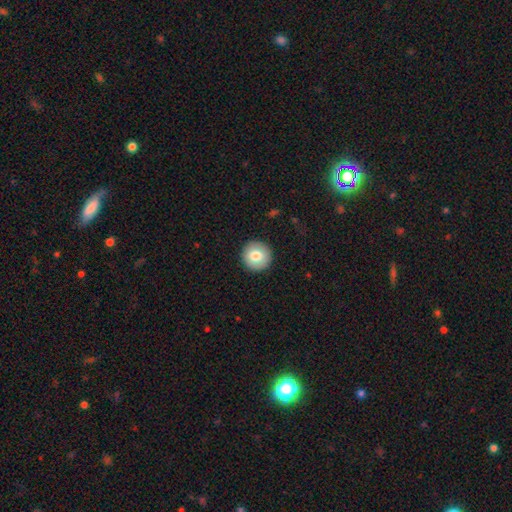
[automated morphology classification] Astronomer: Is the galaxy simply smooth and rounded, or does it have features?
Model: smooth — 79%.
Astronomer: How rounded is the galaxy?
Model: round — 96%.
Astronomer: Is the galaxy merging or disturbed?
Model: none — 92%.